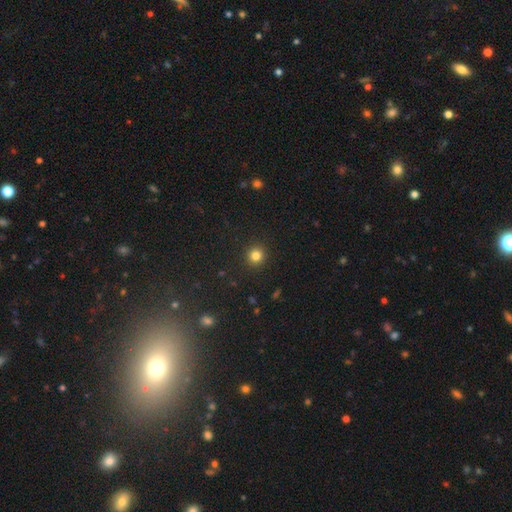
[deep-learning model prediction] smooth 82%, star or artifact 13%, featured or disk 5%. Down the decision tree: how rounded — round (94%); merging — none (92%).